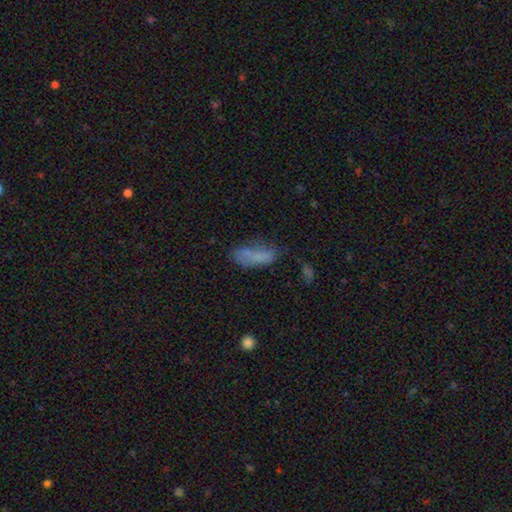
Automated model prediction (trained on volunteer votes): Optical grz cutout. It shows a smooth galaxy with no disk features (69%) that is in between round and cigar-shaped (70%). Merging: none (48%).